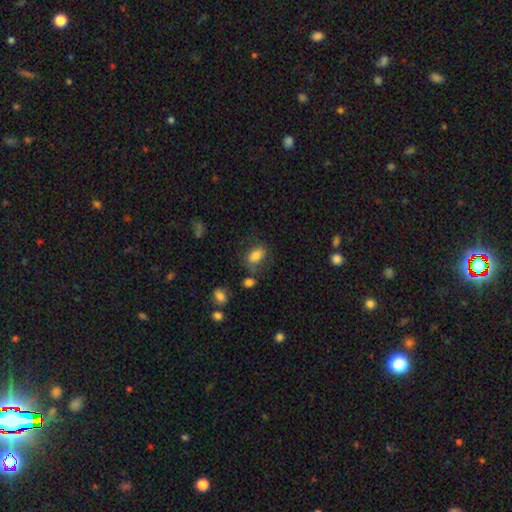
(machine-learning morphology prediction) Smooth or featured? smooth (78%)
How rounded? in between (84%)
Merging? none (62%)